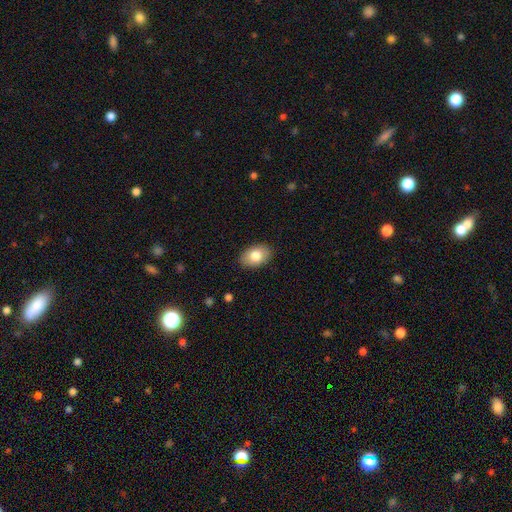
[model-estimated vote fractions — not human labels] smooth_or_featured: smooth (p=0.81) [alt: featured or disk p=0.13]
how_rounded: in between (p=0.88) [alt: round p=0.11]
merging: none (p=0.88) [alt: minor disturbance p=0.09]